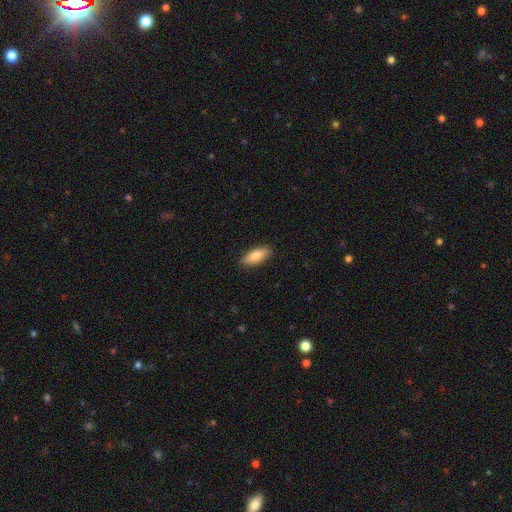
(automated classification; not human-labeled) Smooth or featured: smooth — 82% (featured or disk — 12%)
How rounded: in between — 76% (cigar-shaped — 22%)
Merging: none — 89% (minor disturbance — 8%)